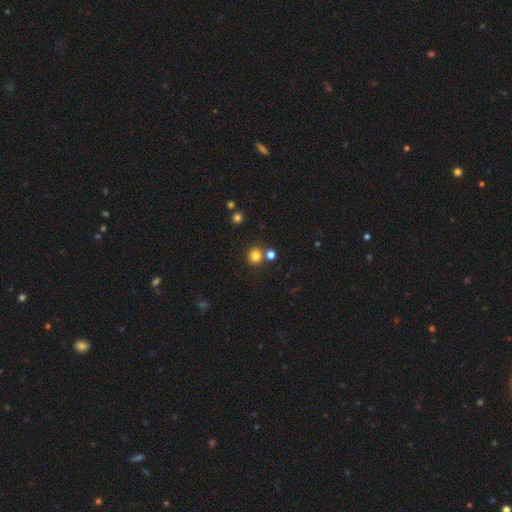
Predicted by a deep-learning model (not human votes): The model was most divided on "merging": none: 74%, merger: 15%, minor disturbance: 8%, major disturbance: 3%. More confident: how rounded — round (89%); smooth or featured — smooth (81%).